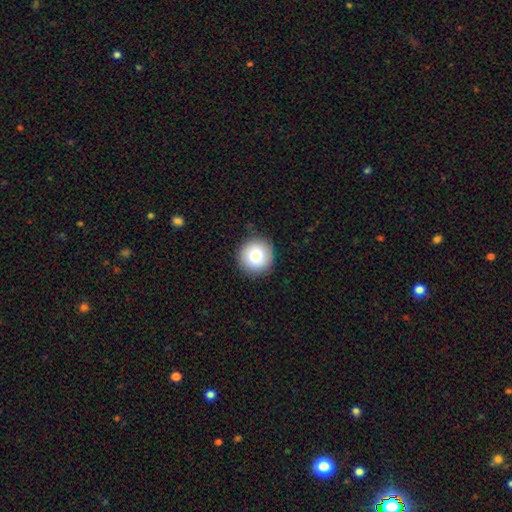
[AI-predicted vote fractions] A smooth galaxy with no disk features (79%) that is round (95%). Merging: none (90%).